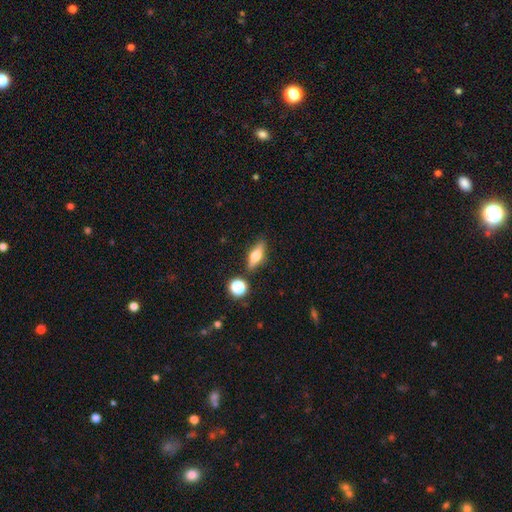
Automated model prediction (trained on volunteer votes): A smooth galaxy with no disk features (56%) that is in between round and cigar-shaped (59%). Merging: none (83%).